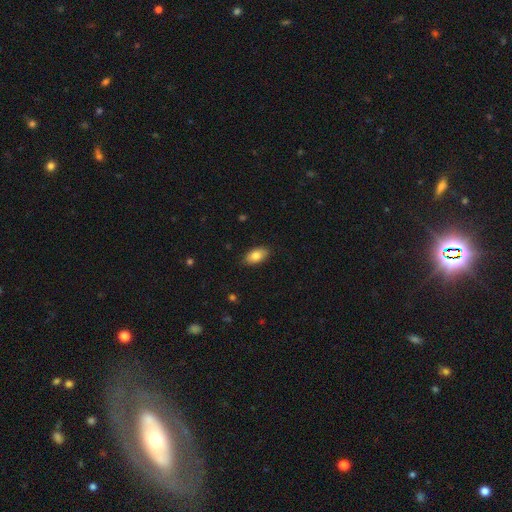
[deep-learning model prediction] A smooth galaxy with no disk features (82%) that is in between round and cigar-shaped (92%).

Vote fractions:
- Smooth or featured? smooth: 82% / featured or disk: 11% / star or artifact: 7%
- How rounded? in between: 92% / round: 4% / cigar-shaped: 4%
- Merging? none: 86% / minor disturbance: 11% / major disturbance: 2% / merger: 1%